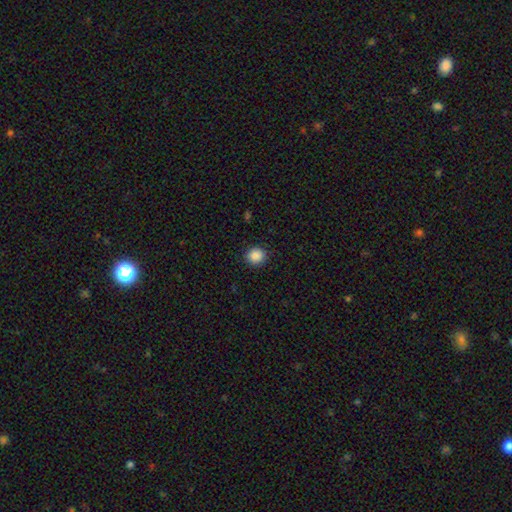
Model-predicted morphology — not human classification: Overall: smooth (88%). How rounded: round (87%). Merging: none (90%).